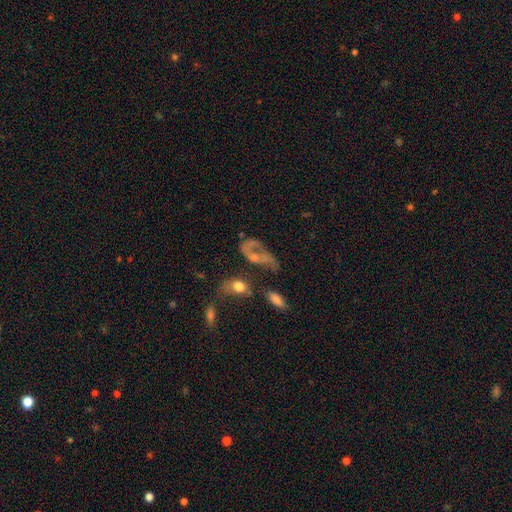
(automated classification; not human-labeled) smooth-or-featured: featured or disk: 55% | smooth: 29% | star or artifact: 16%
  disk-edge-on: no: 93% | yes: 7%
    bar: no: 76% | weak: 19% | strong: 5%
    has-spiral-arms: no: 51% | yes: 49%
    bulge-size: small: 34% | moderate: 30% | none: 29% | large: 5% | dominant: 2%
  merging: major disturbance: 37% | none: 28% | merger: 19% | minor disturbance: 17%